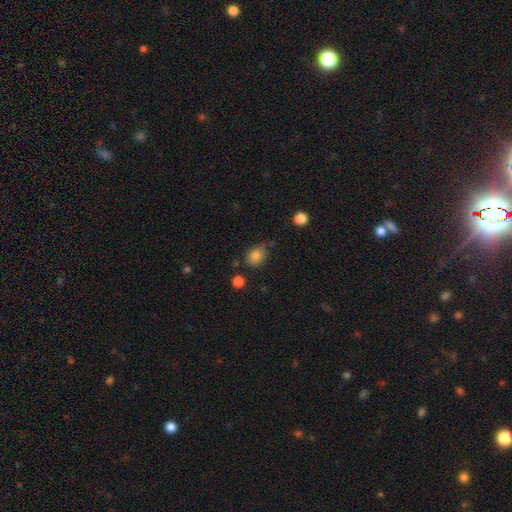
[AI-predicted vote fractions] This is clearly a smooth galaxy (82%). How rounded: possibly in between (55%). Merging: likely none (66%).